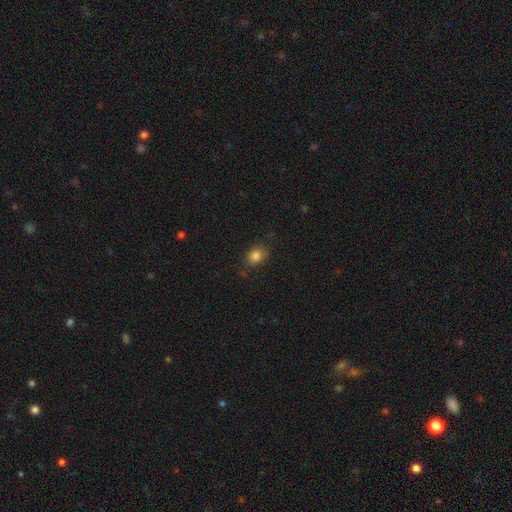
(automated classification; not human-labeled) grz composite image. It shows a smooth galaxy with no disk features (83%) that is in between round and cigar-shaped (62%). Merging: none (78%).